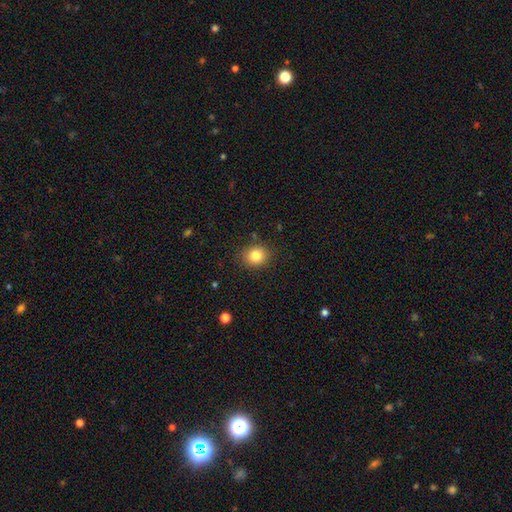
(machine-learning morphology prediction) smooth-or-featured: smooth: 82% | star or artifact: 11% | featured or disk: 7%
  how-rounded: round: 72% | in between: 27% | cigar-shaped: 1%
  merging: none: 87% | minor disturbance: 9% | major disturbance: 3% | merger: 1%